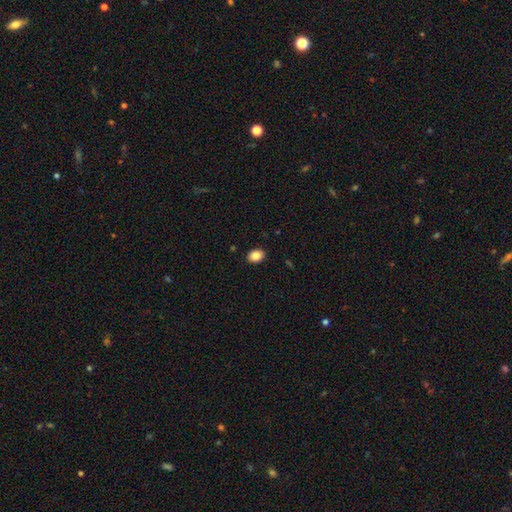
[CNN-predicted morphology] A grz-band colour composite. It shows a smooth galaxy with no disk features (86%) that is in between round and cigar-shaped (66%). Merging: none (90%).